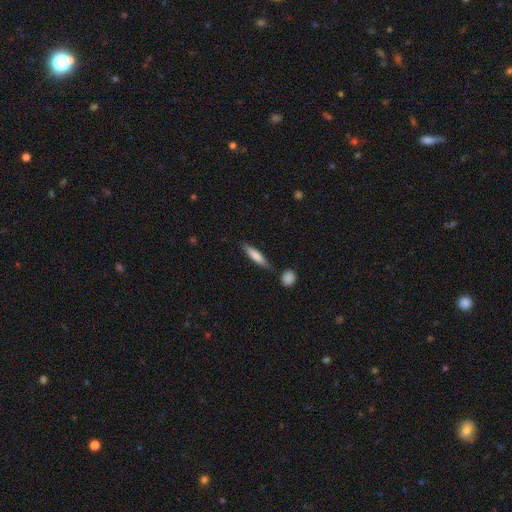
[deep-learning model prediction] The model was most divided on "smooth or featured": smooth: 72%, featured or disk: 23%, star or artifact: 6%. More confident: how rounded — cigar-shaped (82%); merging — none (77%).